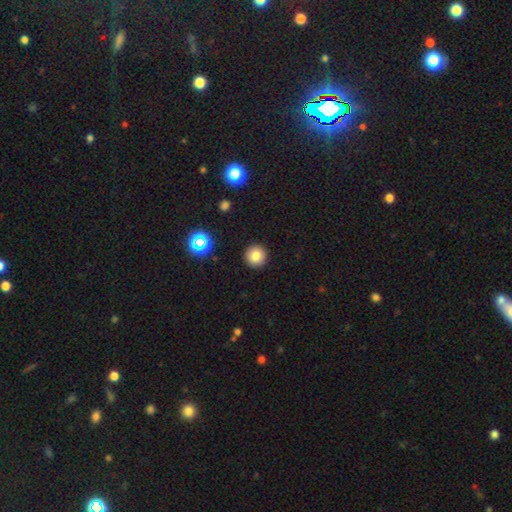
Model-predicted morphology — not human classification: Smooth or featured: smooth — 81% (star or artifact — 13%)
How rounded: round — 95% (in between — 4%)
Merging: none — 92% (minor disturbance — 5%)